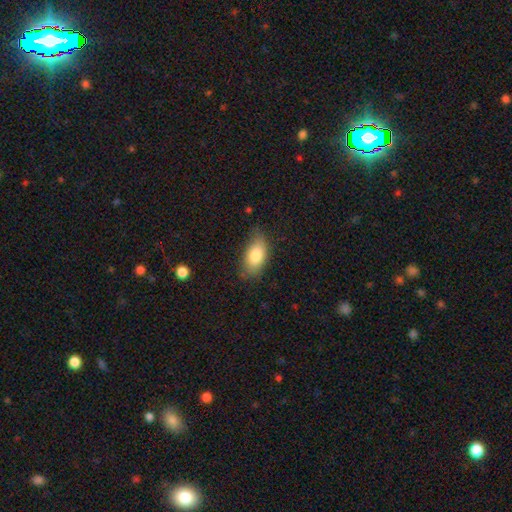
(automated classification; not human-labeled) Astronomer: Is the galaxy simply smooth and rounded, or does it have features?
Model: smooth — 81%.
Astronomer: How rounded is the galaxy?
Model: in between — 91%.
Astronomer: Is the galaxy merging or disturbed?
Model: none — 73%.